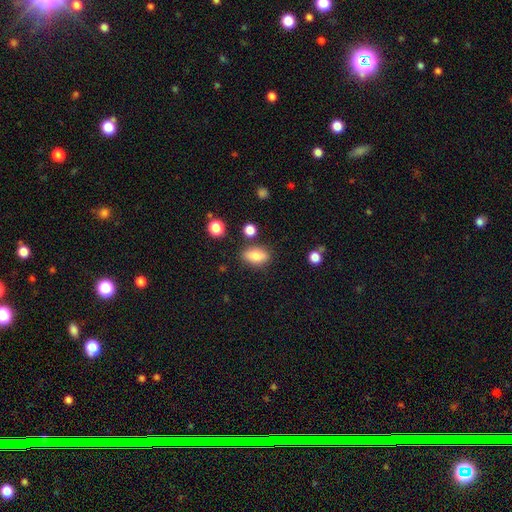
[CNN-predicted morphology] Overall: smooth (81%). How rounded: in between (86%). Merging: none (80%).